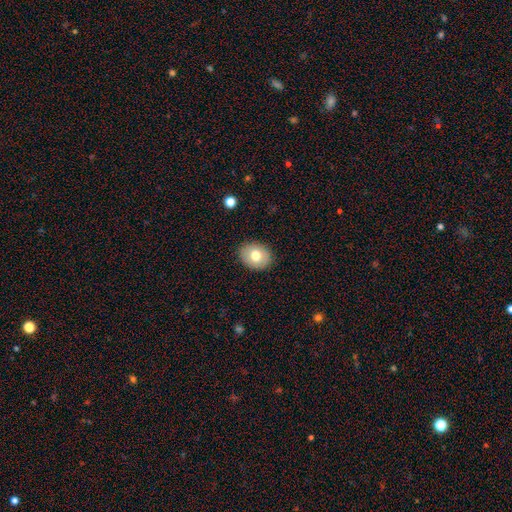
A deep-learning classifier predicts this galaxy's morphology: Q: Smooth or featured?
A: smooth (74%); runner-up: featured or disk (19%)
Q: How rounded?
A: in between (51%); runner-up: round (48%)
Q: Merging?
A: none (88%); runner-up: minor disturbance (9%)